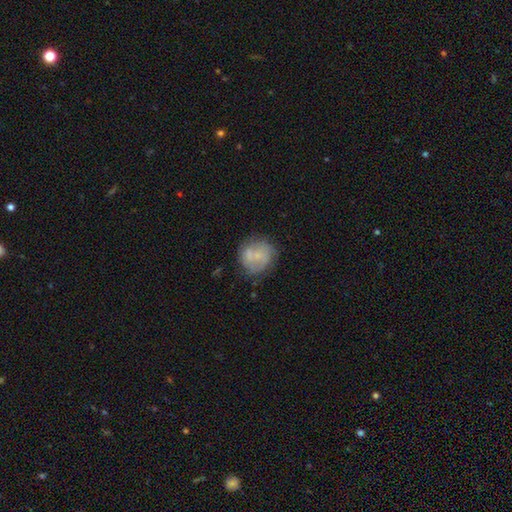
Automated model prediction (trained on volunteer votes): smooth-or-featured: smooth: 52% | featured or disk: 40% | star or artifact: 8%
  how-rounded: round: 84% | in between: 15% | cigar-shaped: 1%
  merging: none: 59% | minor disturbance: 21% | merger: 11% | major disturbance: 9%